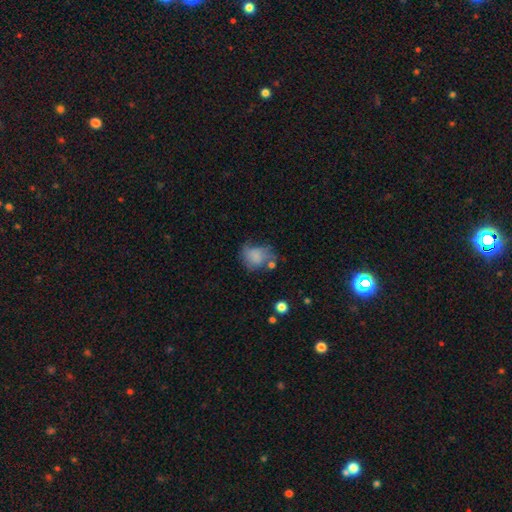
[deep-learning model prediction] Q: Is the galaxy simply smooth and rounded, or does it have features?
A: smooth — 69%.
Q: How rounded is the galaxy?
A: round — 52%.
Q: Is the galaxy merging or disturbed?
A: none — 36%.